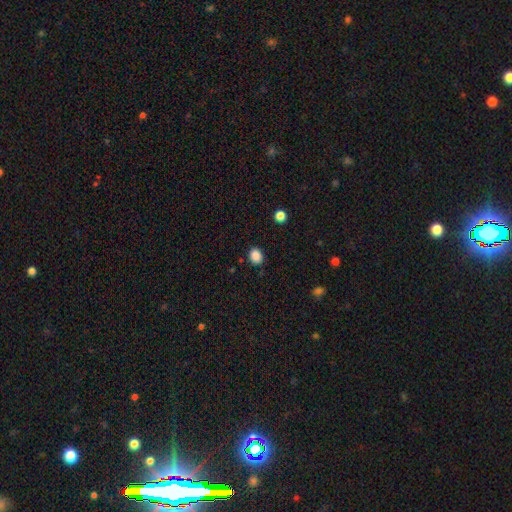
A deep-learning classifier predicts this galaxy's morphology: smooth-or-featured: smooth: 87% | star or artifact: 10% | featured or disk: 3%
  how-rounded: round: 56% | in between: 43% | cigar-shaped: 1%
  merging: none: 87% | minor disturbance: 9% | major disturbance: 2% | merger: 2%